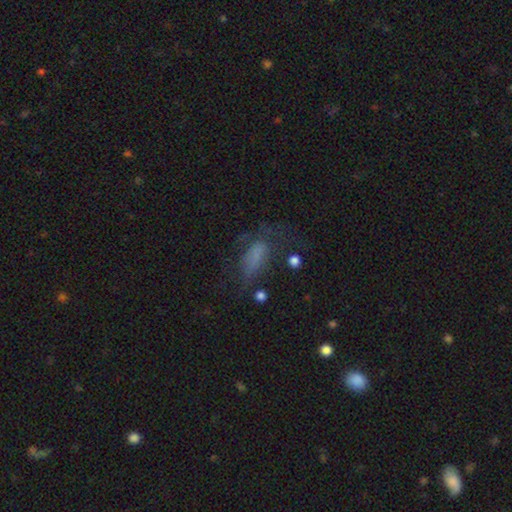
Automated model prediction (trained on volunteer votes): smooth 60%, featured or disk 23%, star or artifact 17%. Down the decision tree: how rounded — in between (78%); merging — major disturbance (38%).